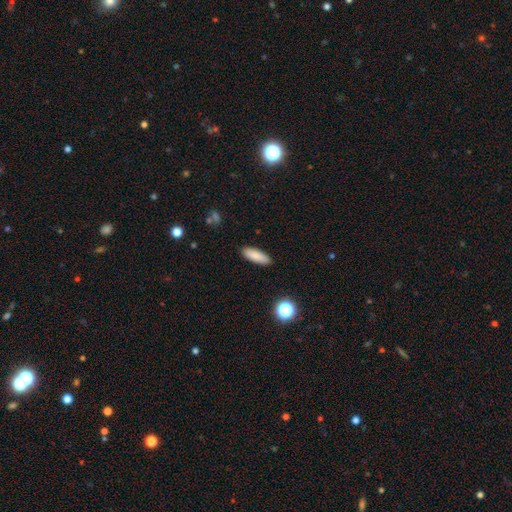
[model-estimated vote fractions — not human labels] Overall: smooth (84%). How rounded: in between (56%; cigar-shaped 42%). Merging: none (89%).